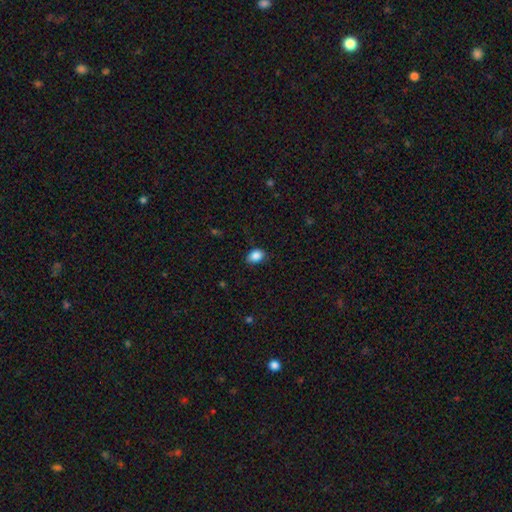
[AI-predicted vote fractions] smooth_or_featured: smooth (p=0.88) [alt: star or artifact p=0.08]
how_rounded: in between (p=0.79) [alt: round p=0.20]
merging: none (p=0.80) [alt: minor disturbance p=0.16]